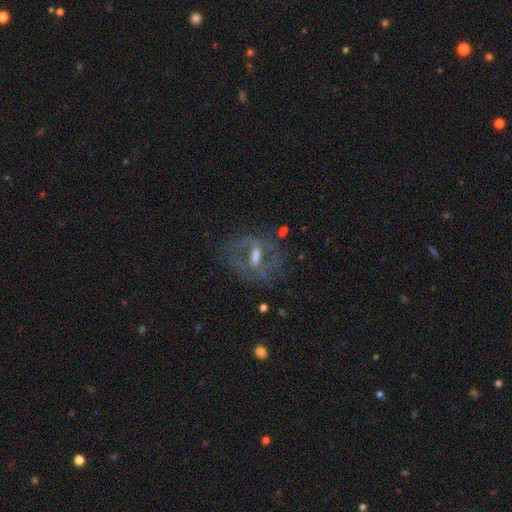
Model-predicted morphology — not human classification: smooth_or_featured: featured or disk (p=0.74) [alt: smooth p=0.15]
disk_edge_on: no (p=0.91) [alt: yes p=0.09]
bar: weak (p=0.44) [alt: strong p=0.37]
has_spiral_arms: yes (p=0.65) [alt: no p=0.35]
bulge_size: moderate (p=0.51) [alt: small p=0.26]
merging: none (p=0.62) [alt: major disturbance p=0.18]